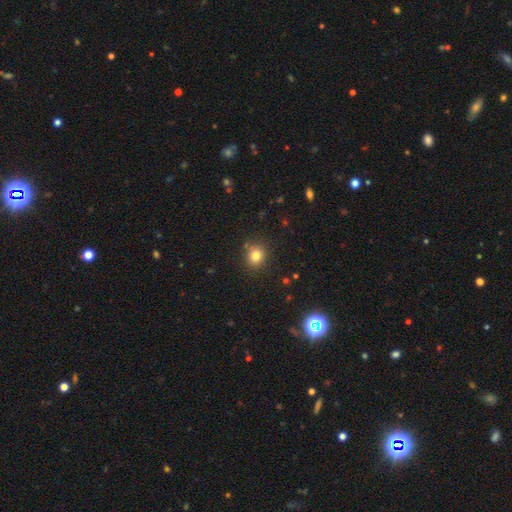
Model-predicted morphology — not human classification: smooth 80%, star or artifact 13%, featured or disk 7%. Down the decision tree: how rounded — round (77%); merging — none (84%).